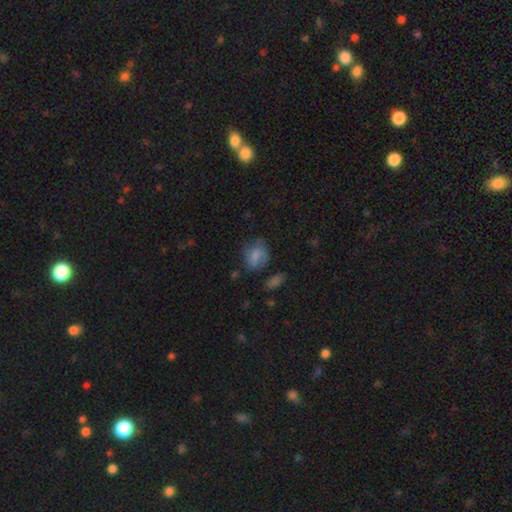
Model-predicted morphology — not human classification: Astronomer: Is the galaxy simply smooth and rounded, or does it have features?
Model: smooth — 70%.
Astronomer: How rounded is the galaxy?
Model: in between — 64%.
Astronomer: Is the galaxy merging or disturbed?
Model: none — 52% (runner-up: minor disturbance, 28%).